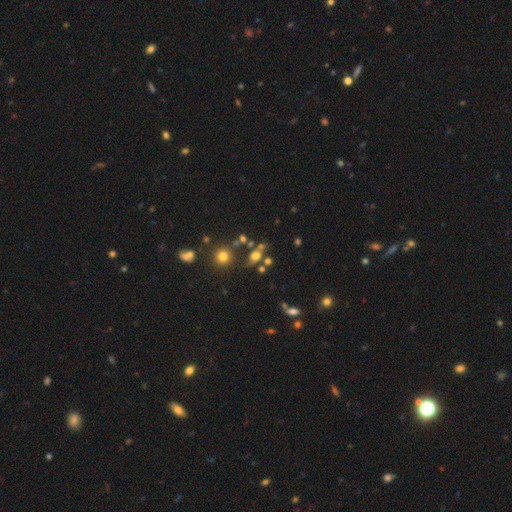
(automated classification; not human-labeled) A smooth galaxy with no disk features (57%) that is round (52%).

Vote fractions:
- Smooth or featured? smooth: 57% / star or artifact: 22% / featured or disk: 21%
- How rounded? round: 52% / in between: 43% / cigar-shaped: 5%
- Merging? none: 53% / merger: 23% / minor disturbance: 15% / major disturbance: 9%